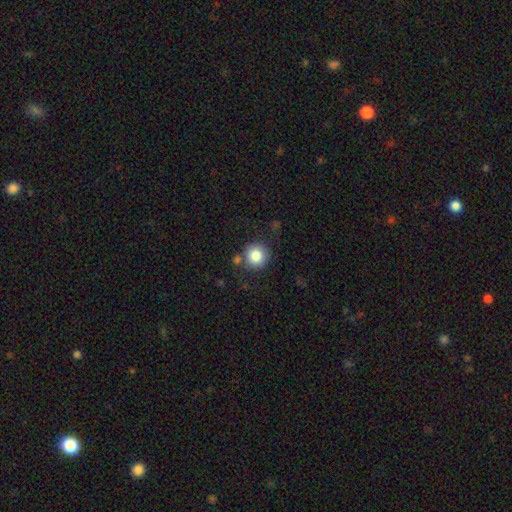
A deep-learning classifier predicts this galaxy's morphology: smooth-or-featured: smooth: 84% | star or artifact: 10% | featured or disk: 7%
  how-rounded: round: 94% | in between: 5% | cigar-shaped: 1%
  merging: none: 78% | minor disturbance: 11% | merger: 7% | major disturbance: 4%